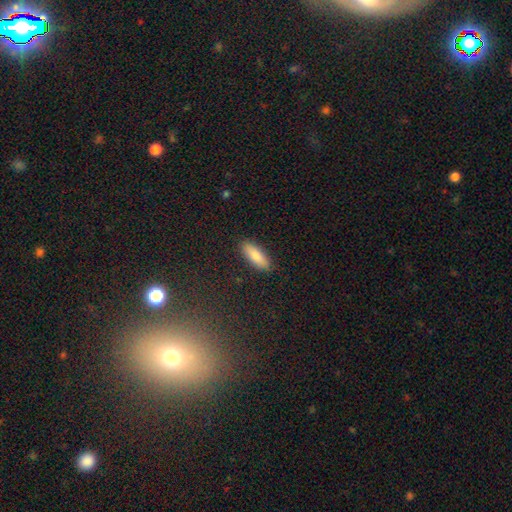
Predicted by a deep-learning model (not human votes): Smooth or featured? smooth (86%)
How rounded? in between (64%)
Merging? none (88%)